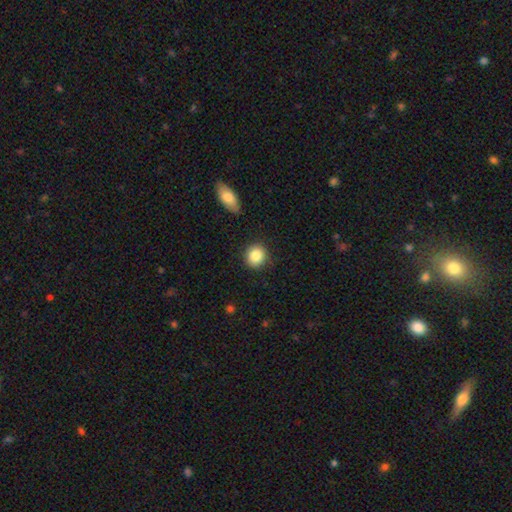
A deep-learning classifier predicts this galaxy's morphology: smooth 85%, star or artifact 8%, featured or disk 6%. Down the decision tree: how rounded — round (85%); merging — none (88%).